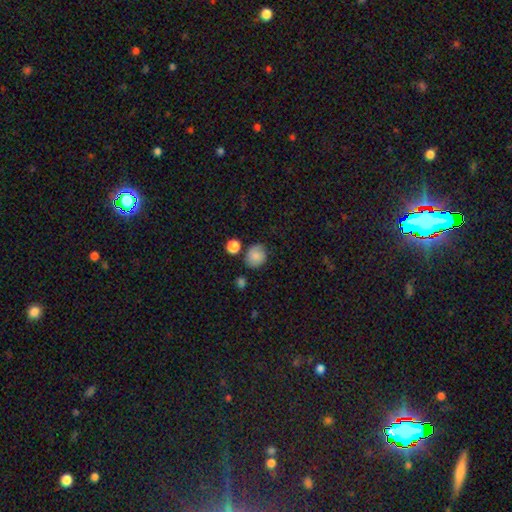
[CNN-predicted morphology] type=smooth (82%); roundness=round (65%); merging=none (71%).